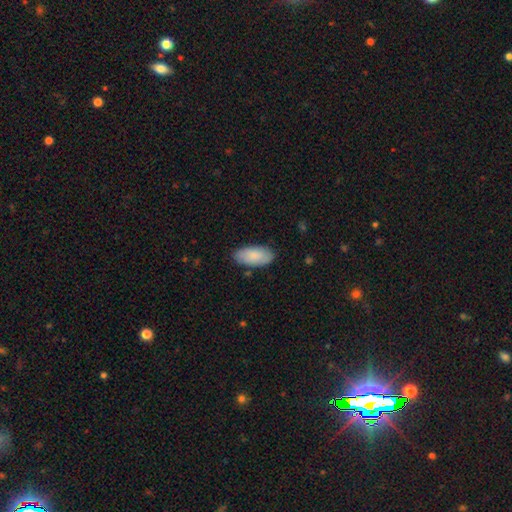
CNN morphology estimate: A smooth galaxy with no disk features (86%) that is in between round and cigar-shaped (93%).

Vote fractions:
- Smooth or featured? smooth: 86% / featured or disk: 9% / star or artifact: 5%
- How rounded? in between: 93% / cigar-shaped: 5% / round: 2%
- Merging? none: 83% / minor disturbance: 13% / major disturbance: 2% / merger: 1%